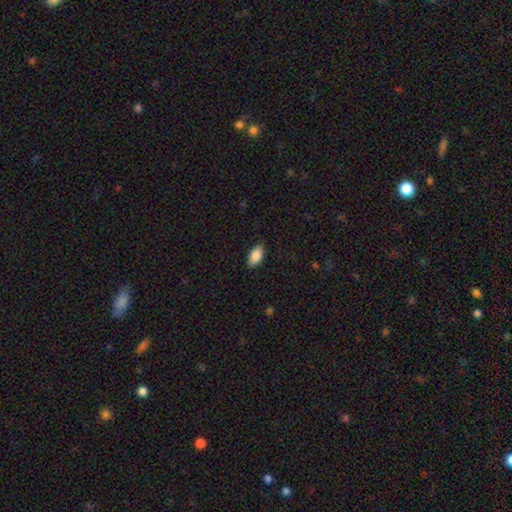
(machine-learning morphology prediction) This is clearly a smooth galaxy (87%). How rounded: clearly in between (93%). Merging: clearly none (87%).